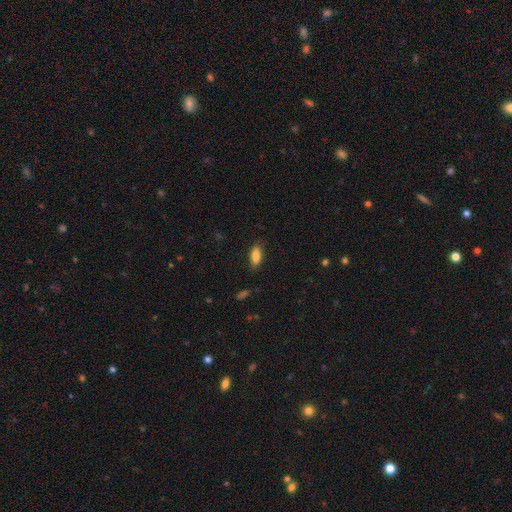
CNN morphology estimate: This appears to be a smooth galaxy with no disk features (83%) that is in between round and cigar-shaped (77%). Merging: none (81%).